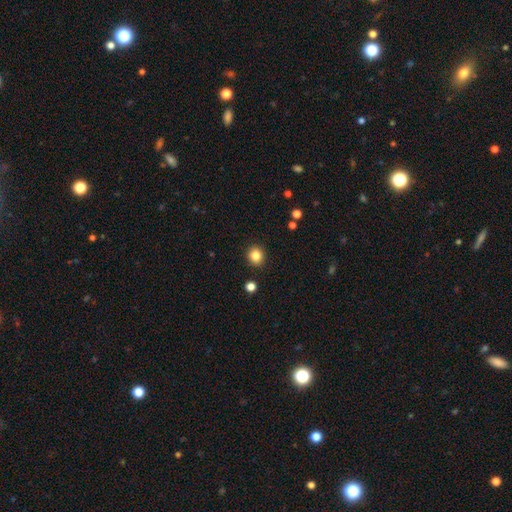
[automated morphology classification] This is clearly a smooth galaxy (84%). How rounded: likely round (77%). Merging: clearly none (90%).